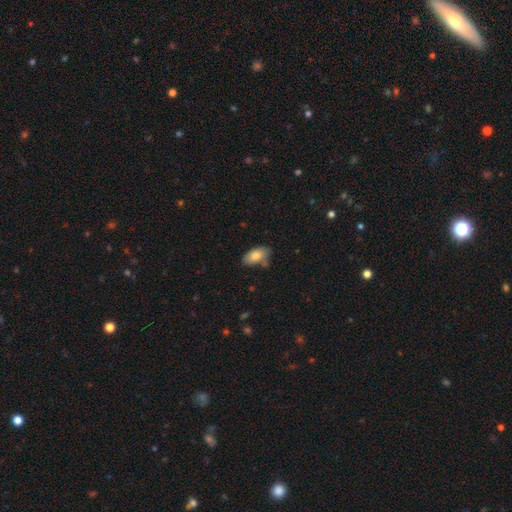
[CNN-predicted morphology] smooth_or_featured: smooth (p=0.79) [alt: featured or disk p=0.15]
how_rounded: in between (p=0.93) [alt: round p=0.04]
merging: none (p=0.70) [alt: minor disturbance p=0.19]